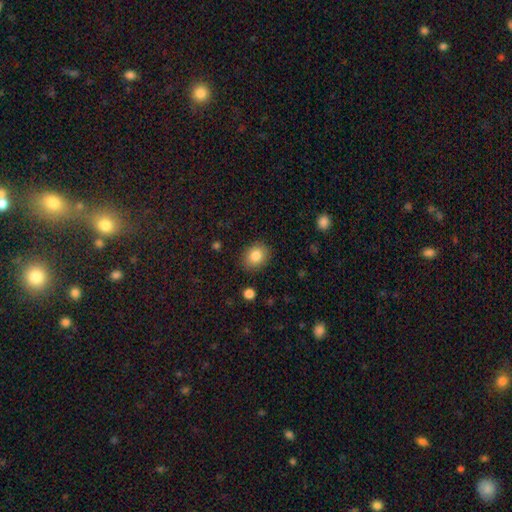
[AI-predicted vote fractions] This appears to be a smooth galaxy with no disk features (84%) that is round (50%). Merging: none (87%).